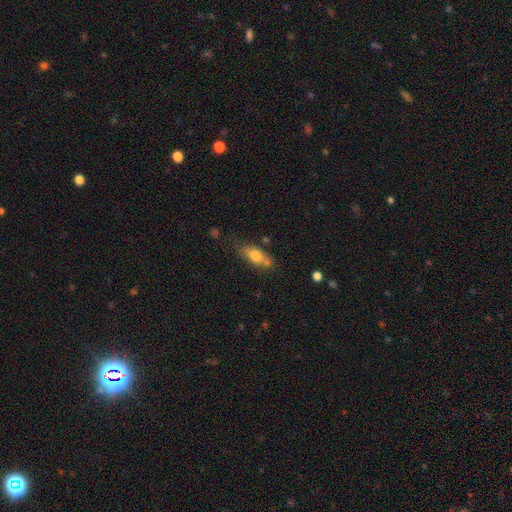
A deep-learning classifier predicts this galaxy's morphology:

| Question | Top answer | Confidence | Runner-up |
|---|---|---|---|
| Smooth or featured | smooth | 72% | featured or disk (20%) |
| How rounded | in between | 73% | cigar-shaped (22%) |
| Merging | none | 61% | minor disturbance (20%) |